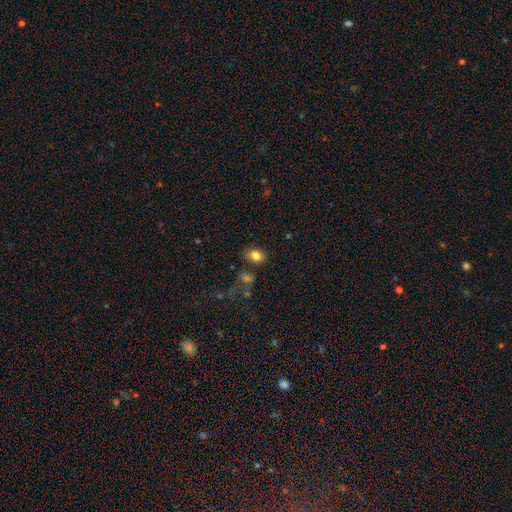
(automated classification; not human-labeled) This appears to be a smooth galaxy with no disk features (82%) that is in between round and cigar-shaped (76%). Merging: none (76%).